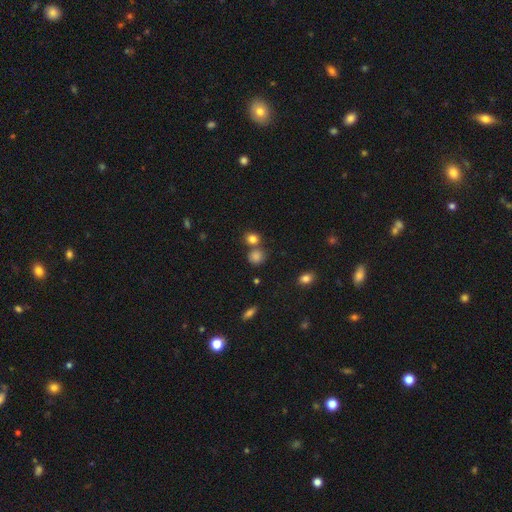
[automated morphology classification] The model was most divided on "merging": none: 67%, merger: 21%, minor disturbance: 9%, major disturbance: 3%. More confident: how rounded — round (85%); smooth or featured — smooth (76%).